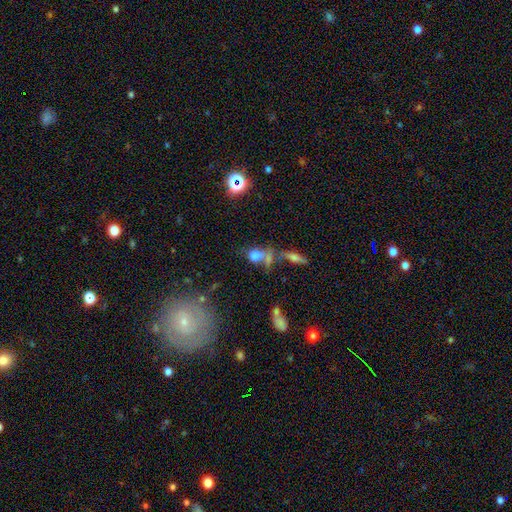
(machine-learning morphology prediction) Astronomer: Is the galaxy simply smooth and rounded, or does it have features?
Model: smooth — 67%.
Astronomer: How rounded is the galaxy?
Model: in between — 58% (runner-up: round, 36%).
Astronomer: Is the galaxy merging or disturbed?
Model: merger — 42% (runner-up: none, 34%).